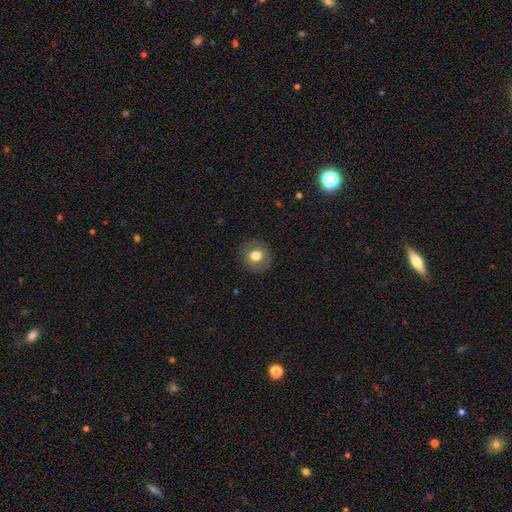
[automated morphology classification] The model was most divided on "smooth or featured": smooth: 76%, featured or disk: 15%, star or artifact: 9%. More confident: merging — none (90%); how rounded — round (89%).